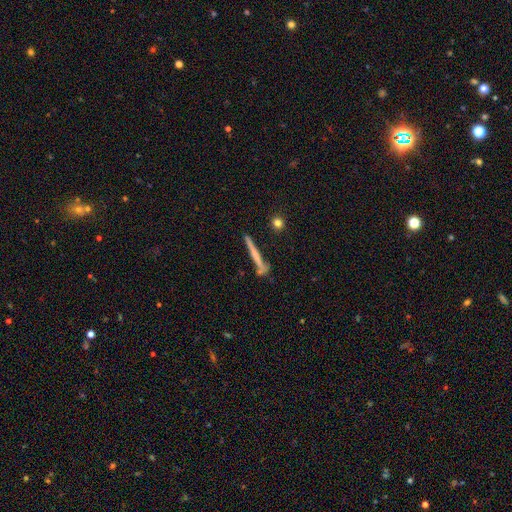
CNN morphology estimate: smooth-or-featured: featured or disk: 46% (tied) | smooth: 46% (tied) | star or artifact: 8%
  merging: none: 74% | minor disturbance: 15% | merger: 7% | major disturbance: 5%